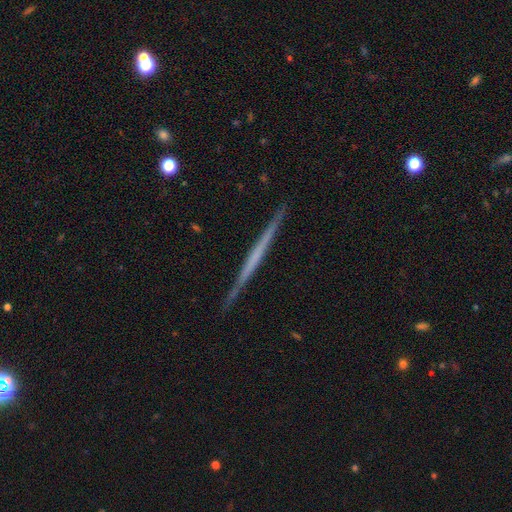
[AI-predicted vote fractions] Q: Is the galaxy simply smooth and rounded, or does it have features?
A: featured or disk — 63%.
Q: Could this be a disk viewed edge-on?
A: yes — 98%.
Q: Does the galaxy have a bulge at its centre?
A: none — 90%.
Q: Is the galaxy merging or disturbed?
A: none — 91%.